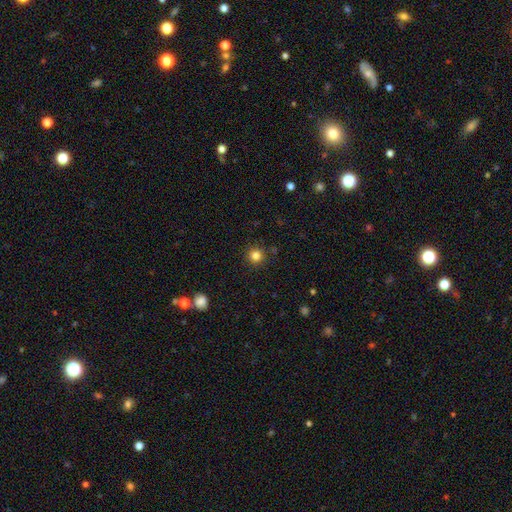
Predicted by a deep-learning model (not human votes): Morphology: type=smooth (82%); roundness=round (95%); merging=none (91%).